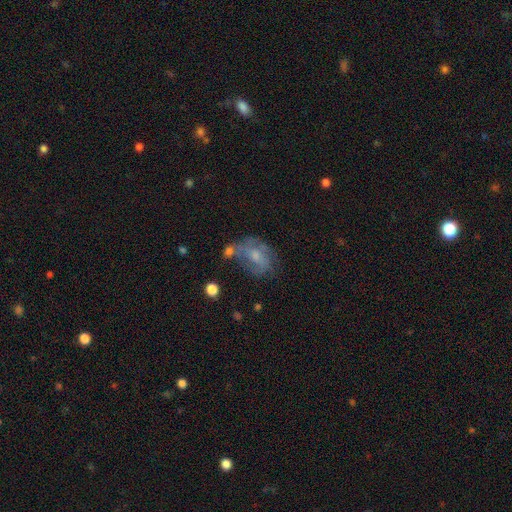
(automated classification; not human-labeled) Smooth or featured? Predicted: featured or disk (p=0.52). Edge-on disk? Predicted: no (p=0.96). Merging? Predicted: none (p=0.39).